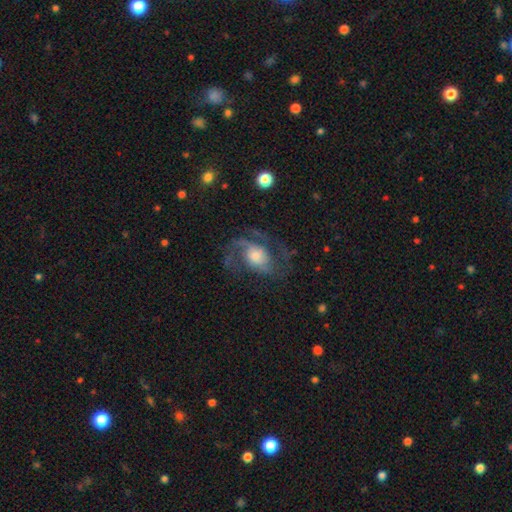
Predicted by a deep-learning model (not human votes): The model was most divided on "bulge size": moderate: 42%, large: 26%, small: 24%, none: 5%, dominant: 3%. More confident: edge-on disk — no (97%); spiral arms — yes (94%); smooth or featured — featured or disk (82%); bar — no (65%); spiral arm count — 2 (61%); merging — none (61%); spiral winding — medium (52%).